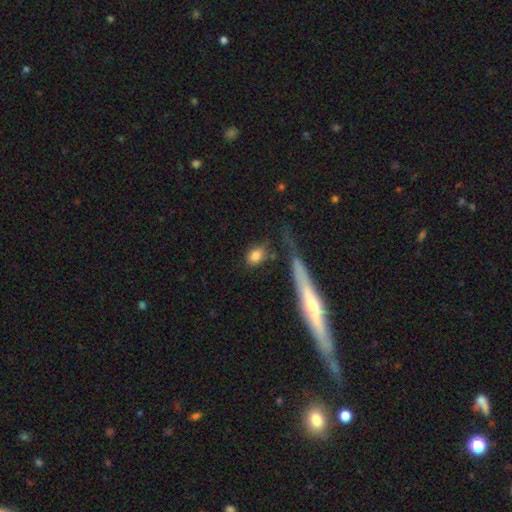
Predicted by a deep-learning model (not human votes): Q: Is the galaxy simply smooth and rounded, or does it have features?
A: smooth — 81%.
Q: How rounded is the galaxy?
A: in between — 70%.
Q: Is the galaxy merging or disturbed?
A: none — 68%.